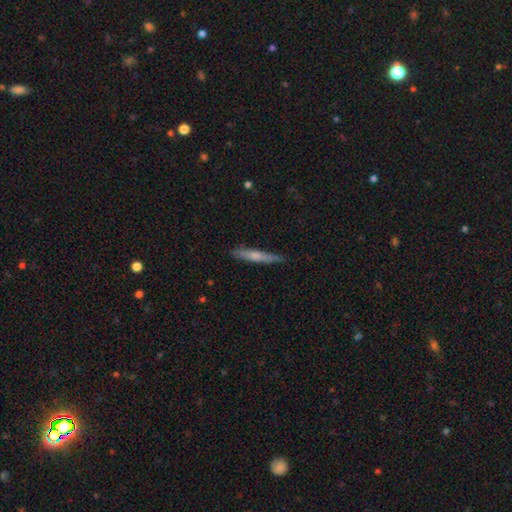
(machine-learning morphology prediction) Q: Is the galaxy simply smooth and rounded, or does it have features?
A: smooth — 55%.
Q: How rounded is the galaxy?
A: cigar-shaped — 94%.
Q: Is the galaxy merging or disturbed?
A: none — 82%.